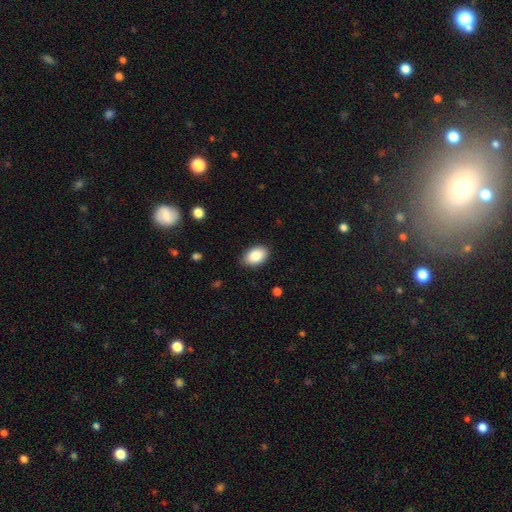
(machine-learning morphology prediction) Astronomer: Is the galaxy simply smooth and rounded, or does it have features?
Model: smooth — 87%.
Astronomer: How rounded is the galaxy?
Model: in between — 89%.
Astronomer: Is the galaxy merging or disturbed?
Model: none — 87%.